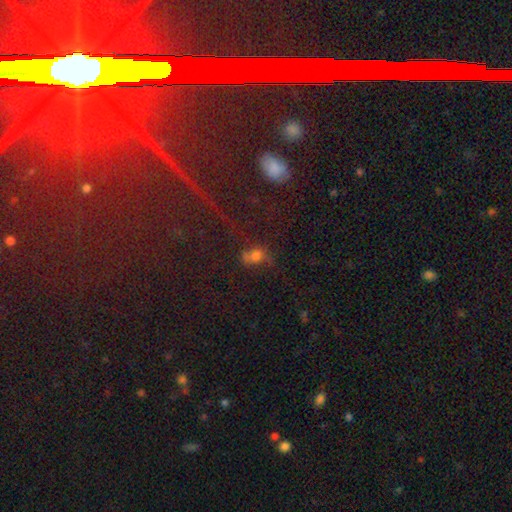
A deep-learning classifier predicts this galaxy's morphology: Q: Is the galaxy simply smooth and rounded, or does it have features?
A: smooth — 55%.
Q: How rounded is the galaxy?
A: in between — 54%.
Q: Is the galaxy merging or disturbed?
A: none — 50%.